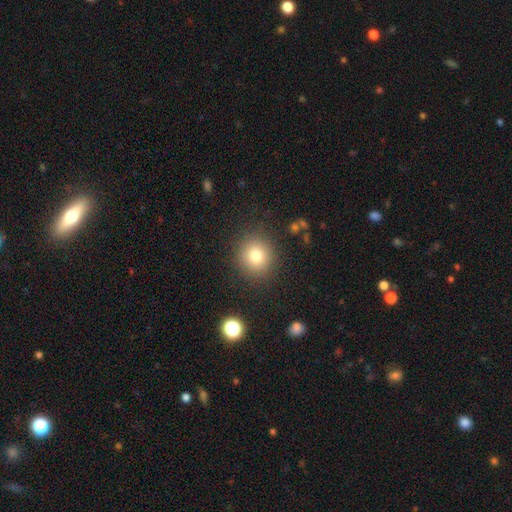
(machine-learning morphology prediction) The model was most divided on "smooth or featured": smooth: 79%, star or artifact: 12%, featured or disk: 9%. More confident: how rounded — round (88%); merging — none (88%).